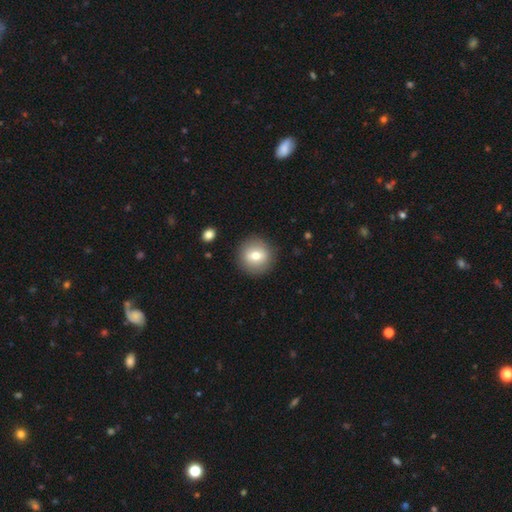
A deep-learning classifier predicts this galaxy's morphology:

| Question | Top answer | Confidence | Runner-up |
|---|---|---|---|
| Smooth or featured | smooth | 72% | featured or disk (19%) |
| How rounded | round | 92% | in between (7%) |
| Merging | none | 89% | minor disturbance (7%) |